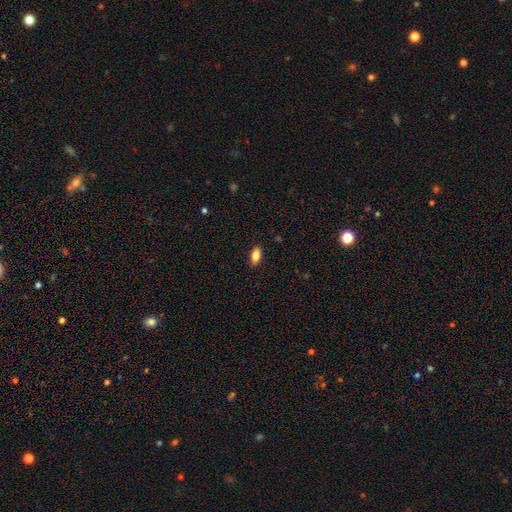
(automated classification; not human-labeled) smooth-or-featured: smooth: 83% | featured or disk: 9% | star or artifact: 8%
  how-rounded: in between: 90% | cigar-shaped: 6% | round: 4%
  merging: none: 88% | minor disturbance: 9% | major disturbance: 2% | merger: 1%